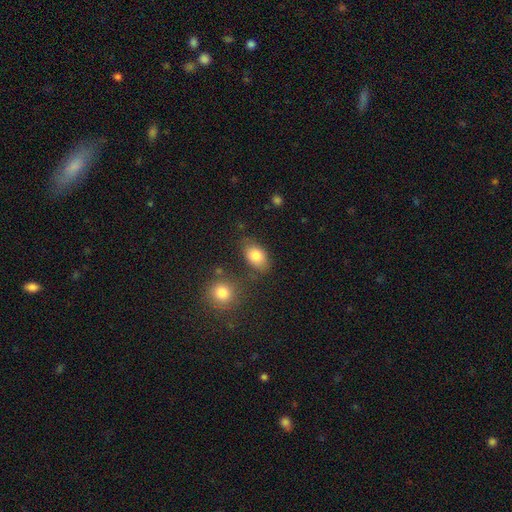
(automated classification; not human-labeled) Morphology: type=smooth (83%); roundness=in between (84%); merging=none (72%).